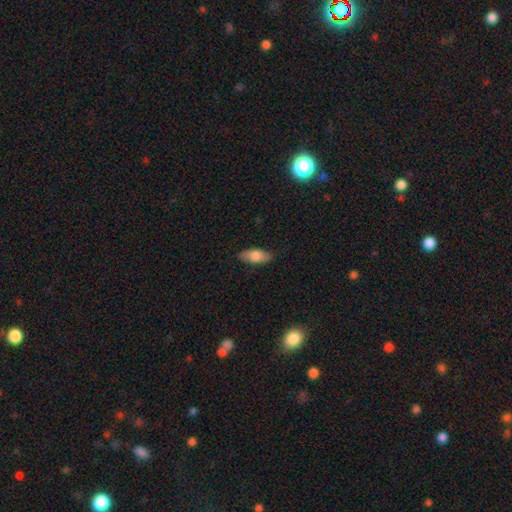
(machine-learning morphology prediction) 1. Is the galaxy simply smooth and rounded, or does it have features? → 76% smooth, 18% featured or disk, 6% star or artifact.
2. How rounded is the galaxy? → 82% in between, 15% cigar-shaped, 3% round.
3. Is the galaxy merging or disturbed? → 85% none, 12% minor disturbance, 2% major disturbance, 1% merger.